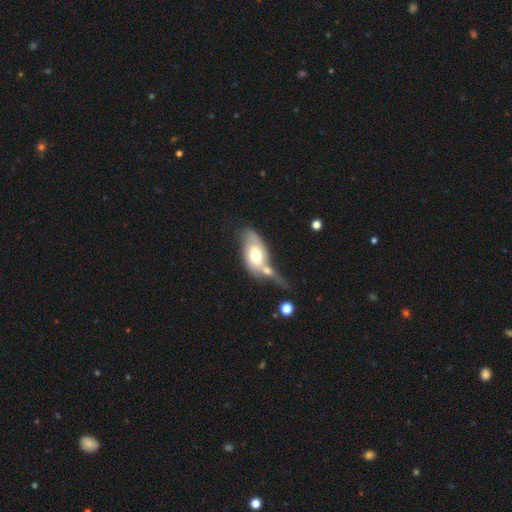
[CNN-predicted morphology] Smooth or featured? Predicted: smooth (p=0.56). How rounded? Predicted: in between (p=0.87). Merging? Predicted: merger (p=0.50).